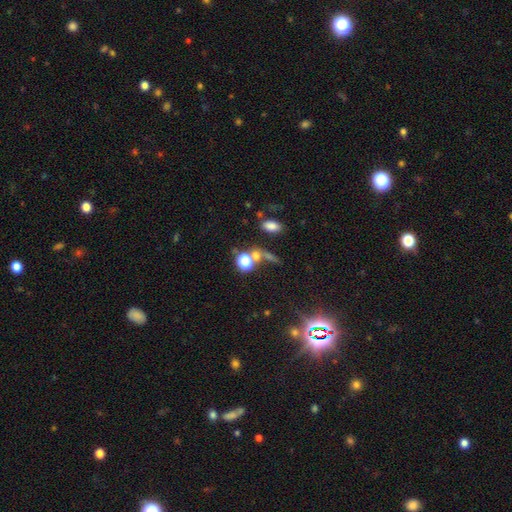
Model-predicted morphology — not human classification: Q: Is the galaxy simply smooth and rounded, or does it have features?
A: smooth — 56%.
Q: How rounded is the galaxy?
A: round — 66%.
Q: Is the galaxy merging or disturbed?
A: none — 51%.